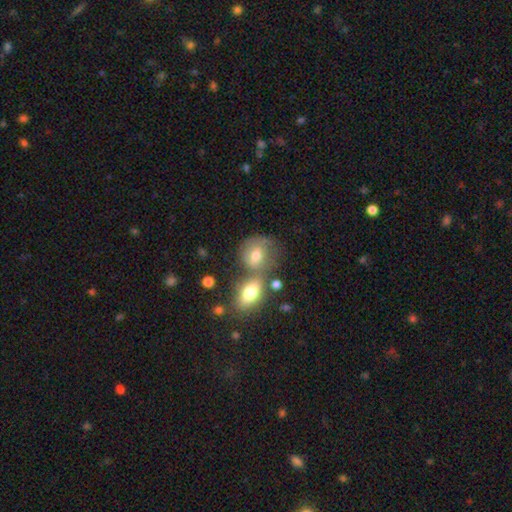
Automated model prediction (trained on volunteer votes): Morphology: type=smooth (60%); roundness=round (53%); merging=none (41%).